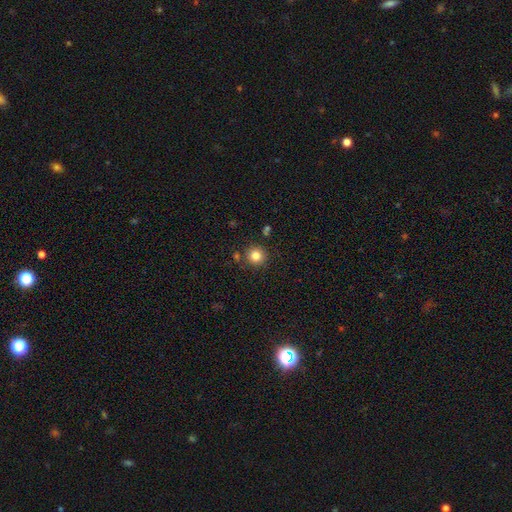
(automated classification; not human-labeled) Smooth or featured?
  - smooth: 82% *
  - star or artifact: 12%
  - featured or disk: 6%
How rounded?
  - round: 94% *
  - in between: 5%
  - cigar-shaped: 1%
Merging?
  - none: 86% *
  - minor disturbance: 7%
  - merger: 5%
  - major disturbance: 2%